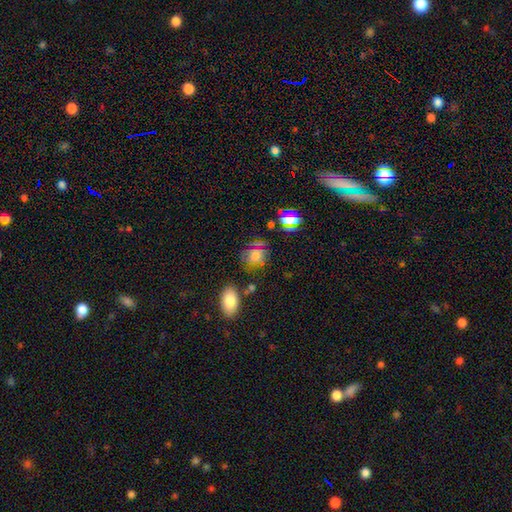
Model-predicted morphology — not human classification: smooth-or-featured: smooth: 59% | star or artifact: 22% | featured or disk: 19%
  how-rounded: round: 65% | in between: 33% | cigar-shaped: 2%
  merging: none: 63% | minor disturbance: 20% | major disturbance: 10% | merger: 7%